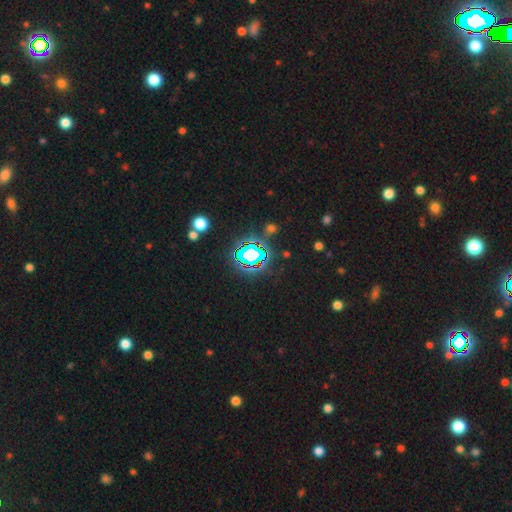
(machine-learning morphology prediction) type=star or artifact (81%).